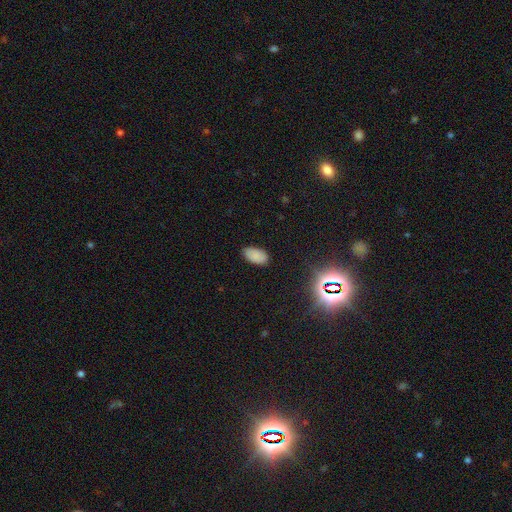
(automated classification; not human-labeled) smooth 83%, star or artifact 12%, featured or disk 5%. Down the decision tree: how rounded — in between (95%); merging — none (85%).